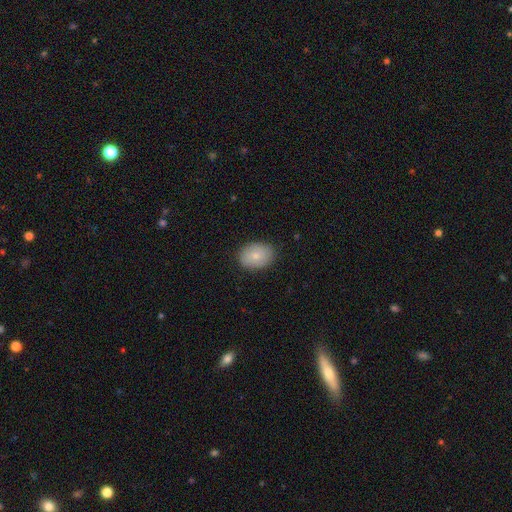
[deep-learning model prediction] Smooth or featured?
  - smooth: 80% *
  - featured or disk: 13%
  - star or artifact: 7%
How rounded?
  - in between: 68% *
  - round: 31%
  - cigar-shaped: 1%
Merging?
  - none: 85% *
  - minor disturbance: 12%
  - major disturbance: 2%
  - merger: 1%